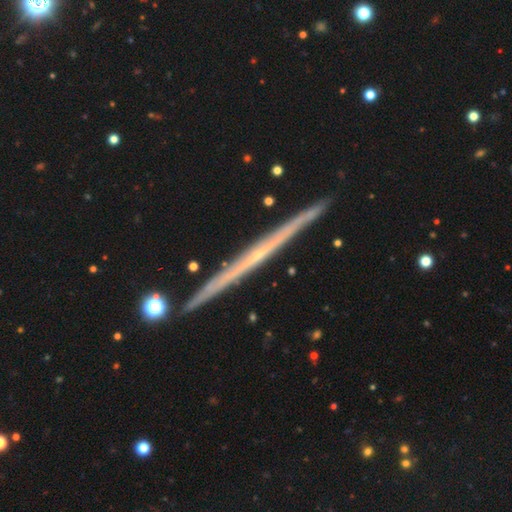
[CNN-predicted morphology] This is likely a featured or disk galaxy (76%). It is clearly viewed edge-on (98%). Edge-on bulge: likely none (75%). Merging: clearly none (91%).